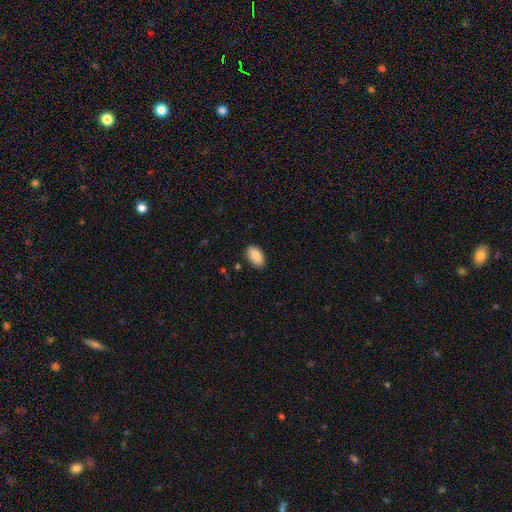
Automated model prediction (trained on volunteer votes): Q: Smooth or featured?
A: smooth (90%); runner-up: star or artifact (7%)
Q: How rounded?
A: in between (95%); runner-up: round (4%)
Q: Merging?
A: none (87%); runner-up: minor disturbance (10%)